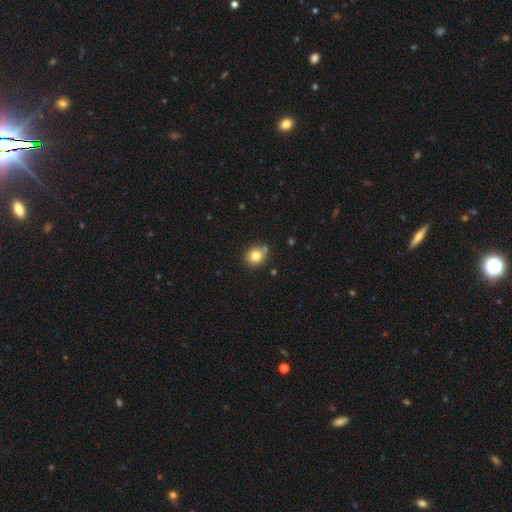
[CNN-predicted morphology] Overall: smooth (81%). How rounded: round (76%). Merging: none (74%).